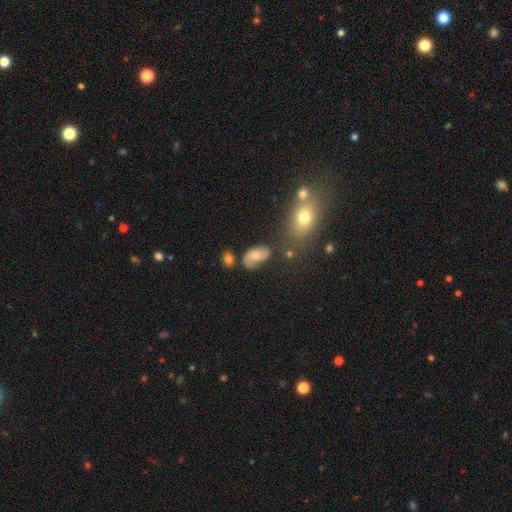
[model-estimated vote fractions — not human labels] smooth-or-featured: smooth: 60% | featured or disk: 30% | star or artifact: 10%
  how-rounded: in between: 90% | round: 8% | cigar-shaped: 2%
  merging: none: 51% | minor disturbance: 28% | major disturbance: 12% | merger: 9%